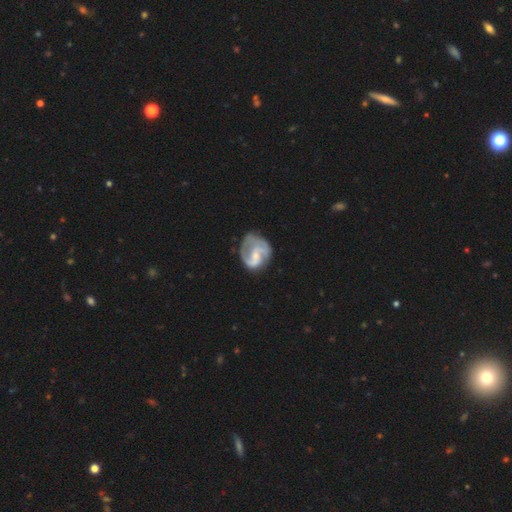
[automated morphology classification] Smooth or featured? featured or disk (77%)
Edge-on disk? no (98%)
Bar? no (45%)
Spiral arms? yes (89%)
Spiral winding? medium (46%)
Spiral arm count? 2 (63%)
Bulge size? small (58%)
Merging? none (49%)